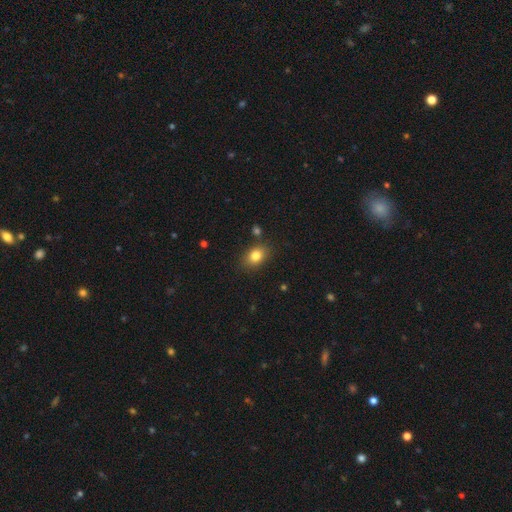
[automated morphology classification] Smooth or featured? smooth (81%)
How rounded? in between (68%)
Merging? none (82%)